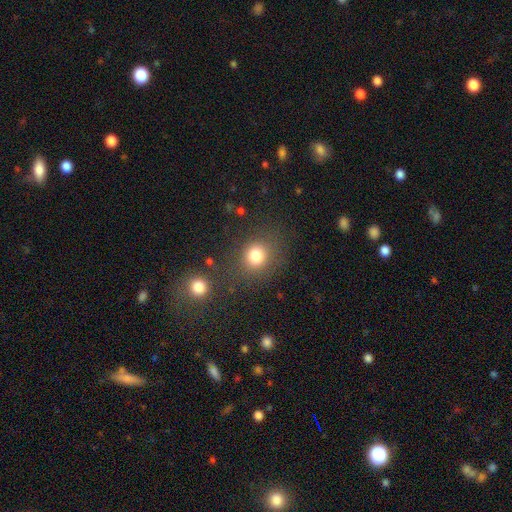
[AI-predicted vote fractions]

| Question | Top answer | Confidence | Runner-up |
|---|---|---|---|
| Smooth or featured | smooth | 80% | star or artifact (13%) |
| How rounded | round | 81% | in between (18%) |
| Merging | none | 78% | minor disturbance (10%) |